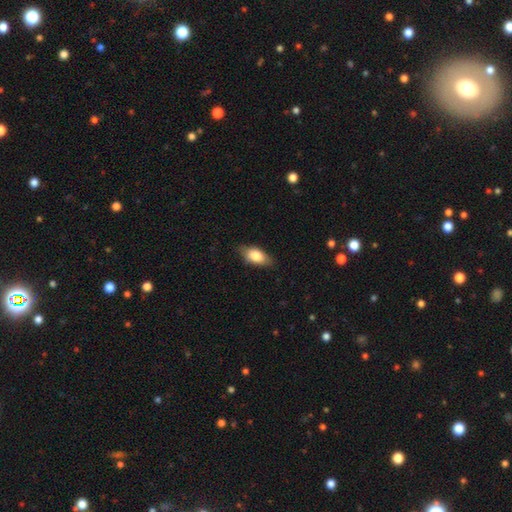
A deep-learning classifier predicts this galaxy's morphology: Smooth or featured?
  - smooth: 79% *
  - featured or disk: 15%
  - star or artifact: 6%
How rounded?
  - in between: 87% *
  - cigar-shaped: 8%
  - round: 4%
Merging?
  - none: 80% *
  - minor disturbance: 17%
  - major disturbance: 3%
  - merger: 1%